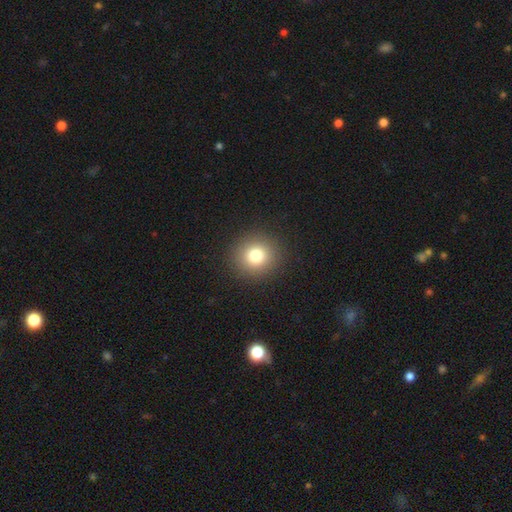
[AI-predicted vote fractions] smooth 79%, star or artifact 13%, featured or disk 8%. Down the decision tree: how rounded — round (92%); merging — none (92%).